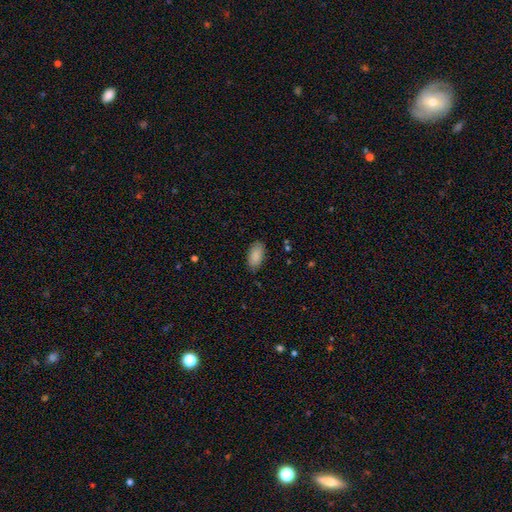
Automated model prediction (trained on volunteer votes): A smooth galaxy with no disk features (89%) that is in between round and cigar-shaped (93%). Merging: none (84%).